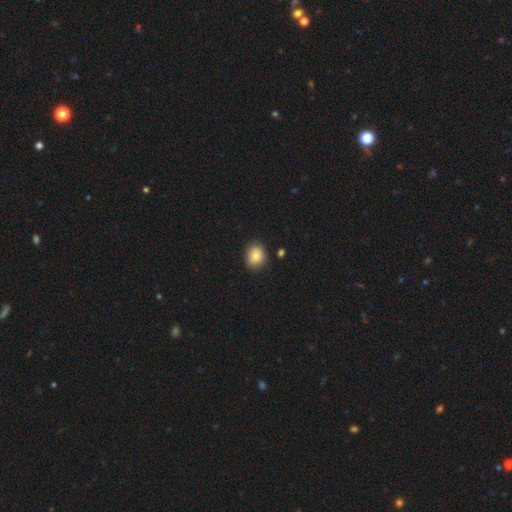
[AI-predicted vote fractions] Q: Smooth or featured?
A: smooth (80%); runner-up: featured or disk (11%)
Q: How rounded?
A: round (58%); runner-up: in between (41%)
Q: Merging?
A: none (83%); runner-up: minor disturbance (13%)